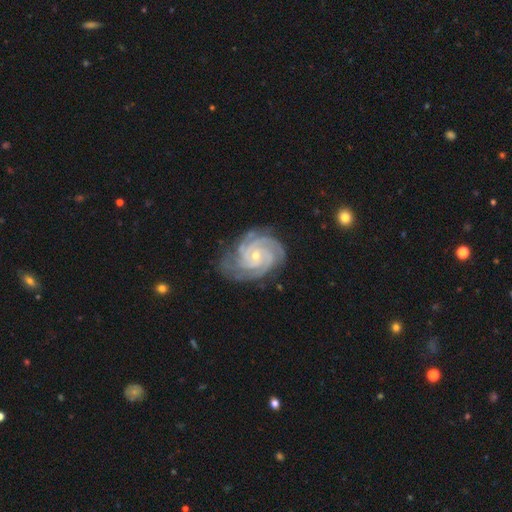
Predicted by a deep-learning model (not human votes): smooth-or-featured: featured or disk: 93% | star or artifact: 4% | smooth: 3%
  disk-edge-on: no: 98% | yes: 2%
    bar: no: 68% | weak: 24% | strong: 8%
    has-spiral-arms: yes: 99% | no: 1%
      spiral-winding: tight: 79% | medium: 19% | loose: 2%
      spiral-arm-count: 4: 36% | 3: 30% | can't tell: 10% | 2: 9% | more than 4: 8% | 1: 7%
    bulge-size: small: 68% | moderate: 30% | none: 1% | large: 1% | dominant: 1%
  merging: none: 77% | minor disturbance: 17% | major disturbance: 4% | merger: 1%